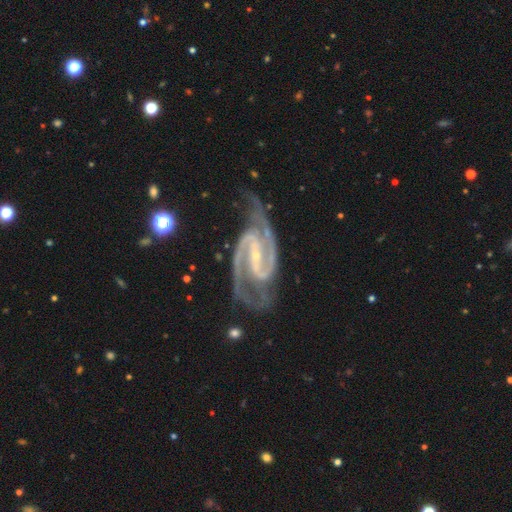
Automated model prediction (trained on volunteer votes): This is clearly a featured or disk galaxy (94%). It is clearly not viewed edge-on (97%). Bar: likely strong (61%). Spiral arm pattern: clearly yes (99%). Spiral arm count: clearly 2 (91%). Spiral winding: possibly medium (60%). Central bulge: clearly small (83%). Merging: likely none (68%).